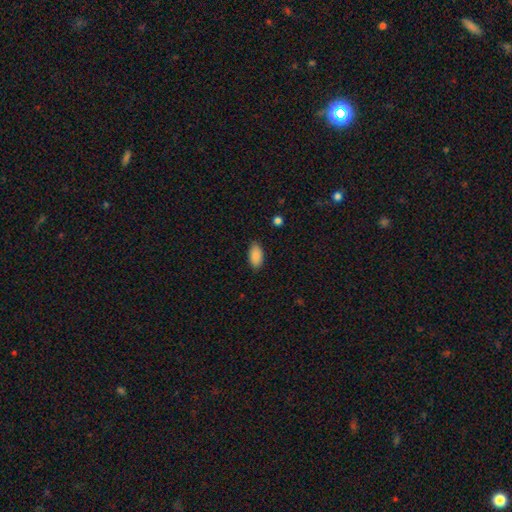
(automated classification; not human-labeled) Smooth or featured? smooth (89%)
How rounded? in between (94%)
Merging? none (86%)